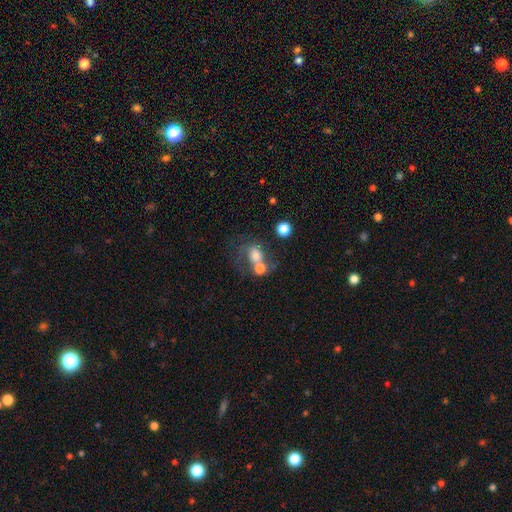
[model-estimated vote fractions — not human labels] This is likely a smooth galaxy (62%). How rounded: likely round (62%). Merging: possibly merger (55%).